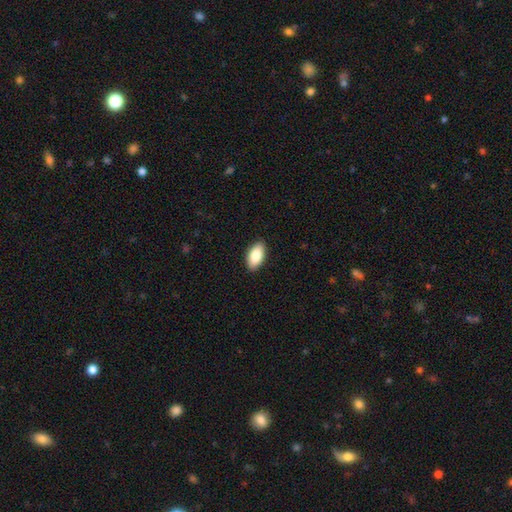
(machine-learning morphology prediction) Q: Smooth or featured?
A: smooth (85%); runner-up: featured or disk (8%)
Q: How rounded?
A: in between (94%); runner-up: cigar-shaped (4%)
Q: Merging?
A: none (89%); runner-up: minor disturbance (8%)